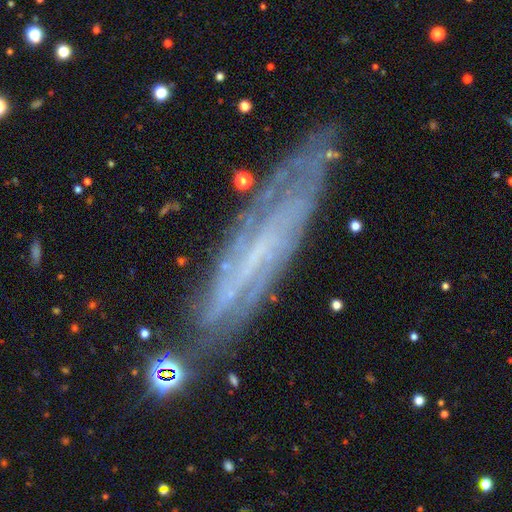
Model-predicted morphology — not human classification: smooth-or-featured: featured or disk: 67% | smooth: 22% | star or artifact: 11%
  disk-edge-on: yes: 51% | no: 49%
  merging: none: 77% | minor disturbance: 16% | major disturbance: 5% | merger: 3%